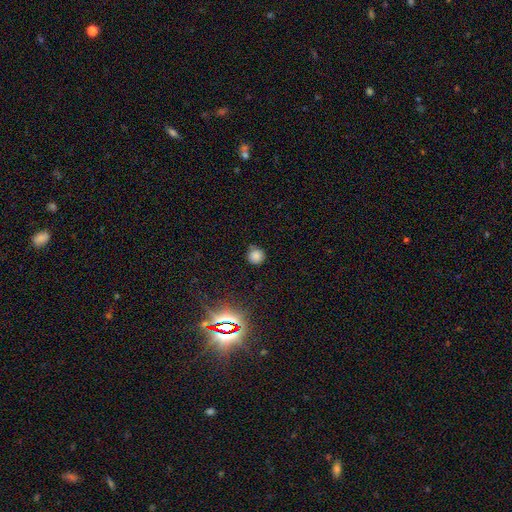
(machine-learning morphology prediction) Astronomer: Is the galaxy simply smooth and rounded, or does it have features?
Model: smooth — 78%.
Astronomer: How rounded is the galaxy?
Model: round — 93%.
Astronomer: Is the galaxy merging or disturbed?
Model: none — 78%.